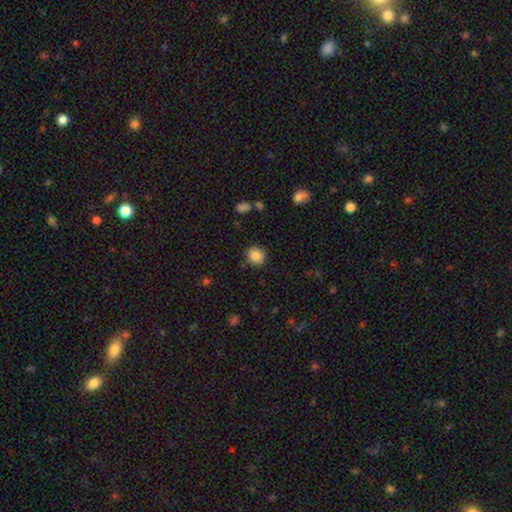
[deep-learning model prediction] Q: Smooth or featured?
A: smooth (86%); runner-up: star or artifact (10%)
Q: How rounded?
A: round (86%); runner-up: in between (13%)
Q: Merging?
A: none (88%); runner-up: minor disturbance (8%)